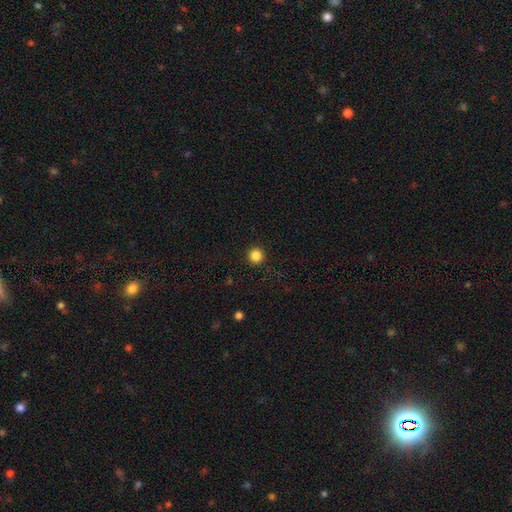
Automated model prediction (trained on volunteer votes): smooth_or_featured: smooth (p=0.85) [alt: star or artifact p=0.11]
how_rounded: round (p=0.96) [alt: in between p=0.03]
merging: none (p=0.93) [alt: minor disturbance p=0.04]